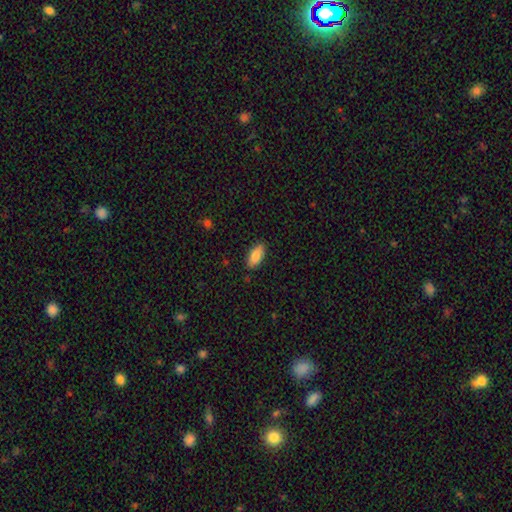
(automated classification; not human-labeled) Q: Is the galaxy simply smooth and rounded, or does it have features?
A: smooth — 86%.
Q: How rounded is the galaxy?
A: in between — 88%.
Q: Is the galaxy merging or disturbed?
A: none — 87%.